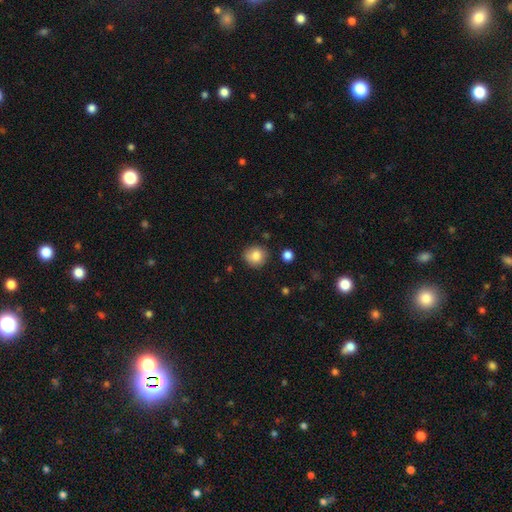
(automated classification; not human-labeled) smooth-or-featured: smooth: 83% | star or artifact: 9% | featured or disk: 8%
  how-rounded: round: 87% | in between: 12% | cigar-shaped: 1%
  merging: none: 82% | minor disturbance: 12% | major disturbance: 3% | merger: 3%